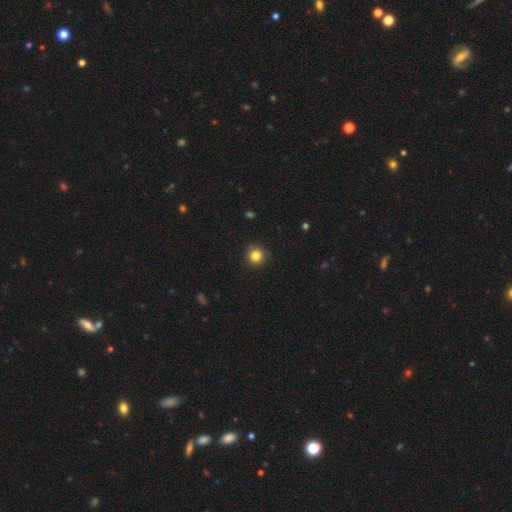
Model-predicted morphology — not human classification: Smooth or featured? Predicted: smooth (p=0.83). How rounded? Predicted: round (p=0.95). Merging? Predicted: none (p=0.90).